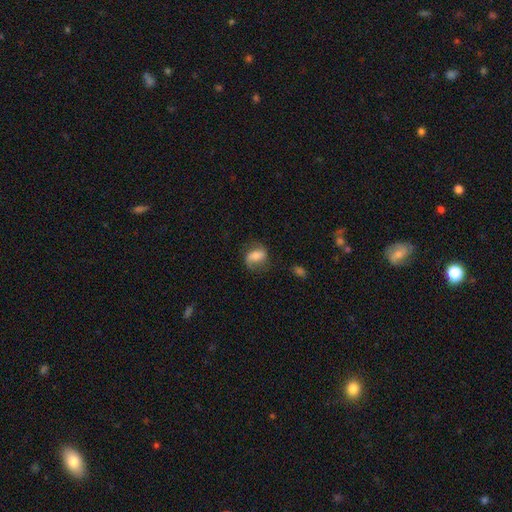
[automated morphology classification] Q: Smooth or featured?
A: smooth (58%); runner-up: featured or disk (33%)
Q: How rounded?
A: in between (74%); runner-up: round (22%)
Q: Merging?
A: none (66%); runner-up: minor disturbance (22%)